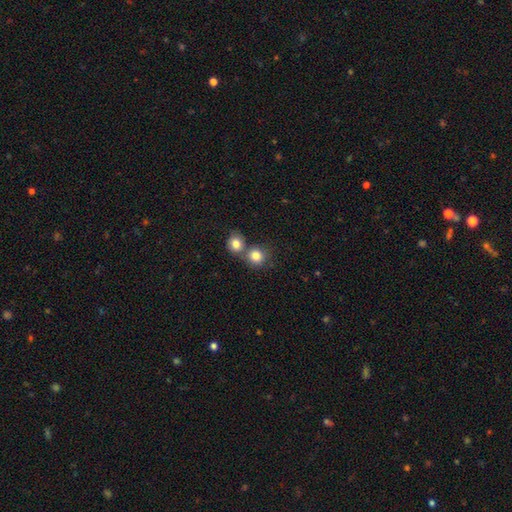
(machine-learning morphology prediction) smooth-or-featured: smooth: 82% | star or artifact: 10% | featured or disk: 8%
  how-rounded: round: 86% | in between: 13% | cigar-shaped: 1%
  merging: none: 49% | merger: 42% | minor disturbance: 7% | major disturbance: 3%